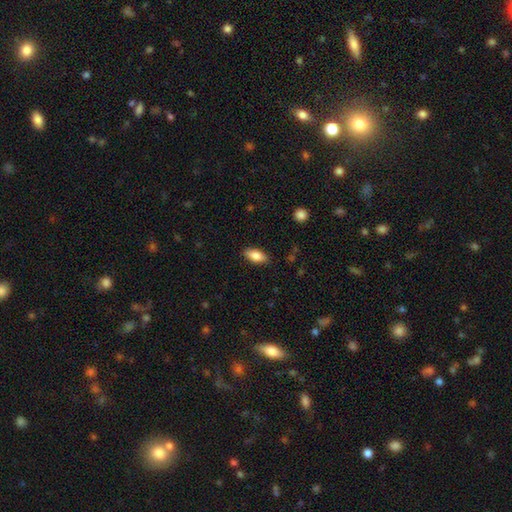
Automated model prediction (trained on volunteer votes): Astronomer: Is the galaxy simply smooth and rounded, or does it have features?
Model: smooth — 83%.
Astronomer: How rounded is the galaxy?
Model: in between — 87%.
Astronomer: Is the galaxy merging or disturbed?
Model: none — 87%.